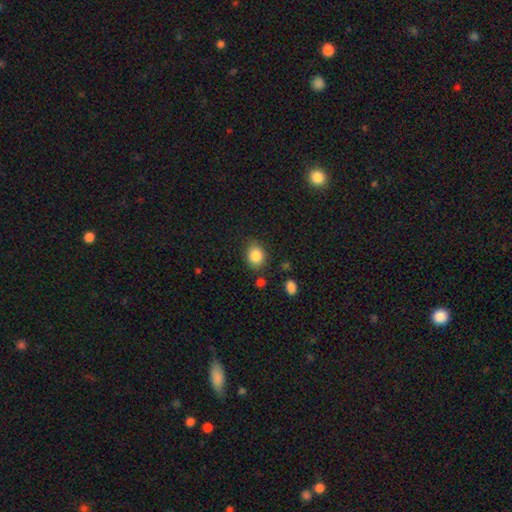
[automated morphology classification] The model was most divided on "how rounded": round: 52%, in between: 47%, cigar-shaped: 1%. More confident: smooth or featured — smooth (86%); merging — none (76%).